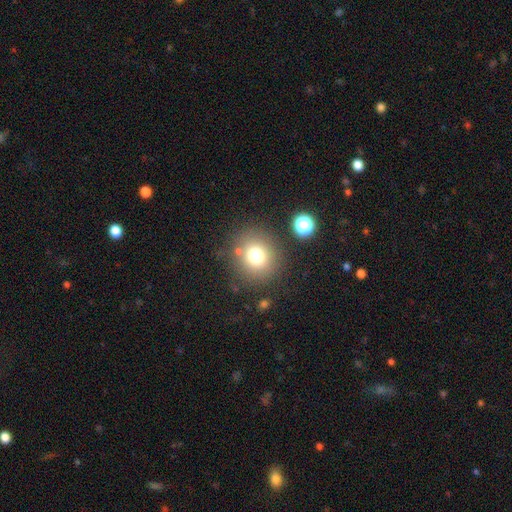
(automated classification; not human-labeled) The model was most divided on "smooth or featured": smooth: 74%, star or artifact: 15%, featured or disk: 11%. More confident: how rounded — round (89%); merging — none (82%).